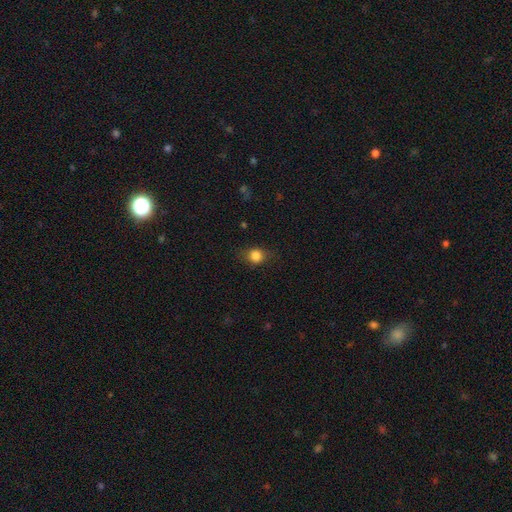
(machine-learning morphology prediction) Smooth or featured?
  - smooth: 83% *
  - star or artifact: 11%
  - featured or disk: 7%
How rounded?
  - round: 68% *
  - in between: 31%
  - cigar-shaped: 2%
Merging?
  - none: 77% *
  - minor disturbance: 16%
  - major disturbance: 5%
  - merger: 1%